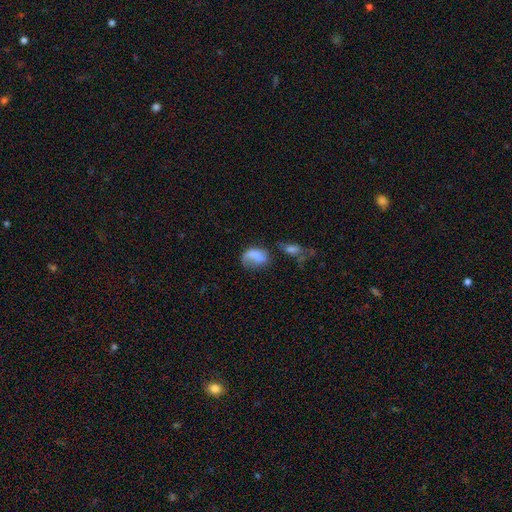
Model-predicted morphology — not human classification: smooth-or-featured: smooth: 63% | featured or disk: 27% | star or artifact: 10%
  how-rounded: in between: 75% | round: 23% | cigar-shaped: 2%
  merging: none: 31% | major disturbance: 30% | minor disturbance: 24% | merger: 15%